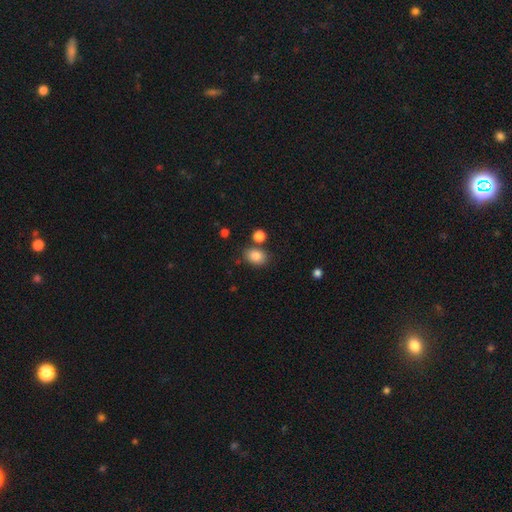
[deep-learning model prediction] Morphology: type=smooth (85%); roundness=in between (68%); merging=none (75%).